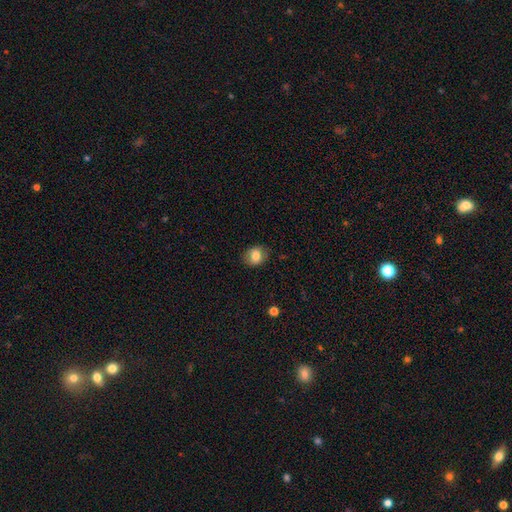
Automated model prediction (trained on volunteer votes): Overall: smooth (77%). How rounded: in between (55%; round 44%). Merging: none (83%).